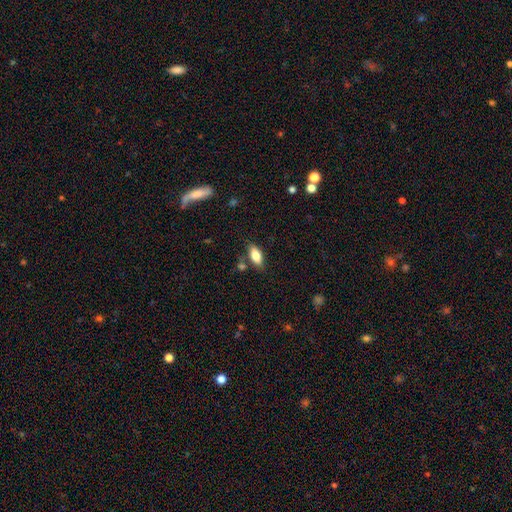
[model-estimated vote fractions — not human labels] Q: Smooth or featured?
A: smooth (78%); runner-up: featured or disk (15%)
Q: How rounded?
A: in between (85%); runner-up: cigar-shaped (12%)
Q: Merging?
A: none (78%); runner-up: minor disturbance (13%)